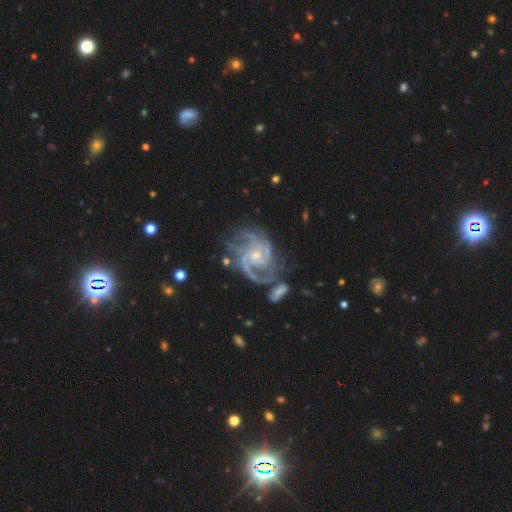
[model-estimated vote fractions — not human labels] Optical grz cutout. It shows a featured or disk galaxy (92%) with no bar (70%), 3 (30%) tight (47%) spiral arms (98%) and a small central bulge (76%). Merging: none (47%).